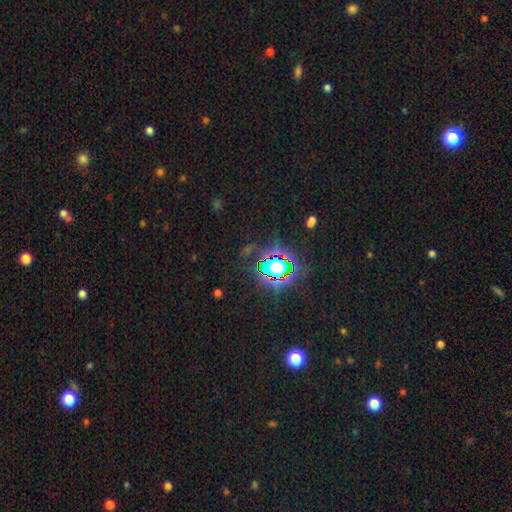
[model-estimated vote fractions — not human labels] Q: Smooth or featured?
A: star or artifact (81%); runner-up: smooth (12%)